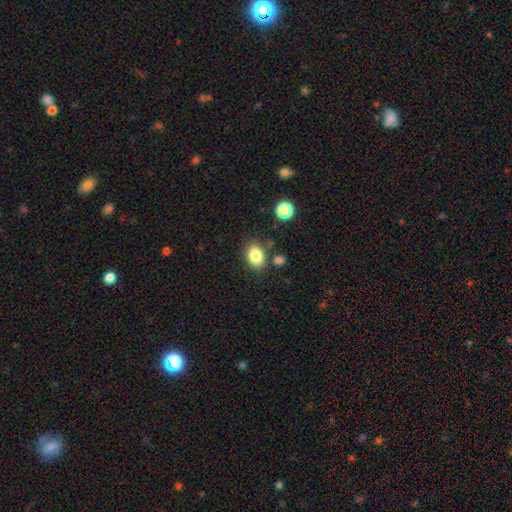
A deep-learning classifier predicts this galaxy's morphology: Smooth or featured? smooth (85%)
How rounded? in between (71%)
Merging? none (78%)